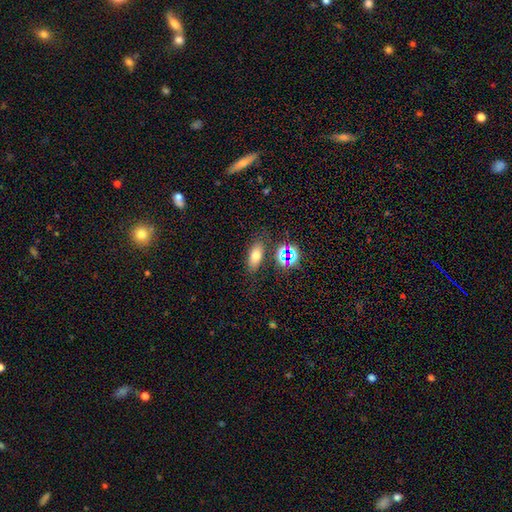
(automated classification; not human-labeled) smooth_or_featured: smooth (p=0.70) [alt: star or artifact p=0.17]
how_rounded: in between (p=0.77) [alt: cigar-shaped p=0.13]
merging: none (p=0.80) [alt: minor disturbance p=0.11]